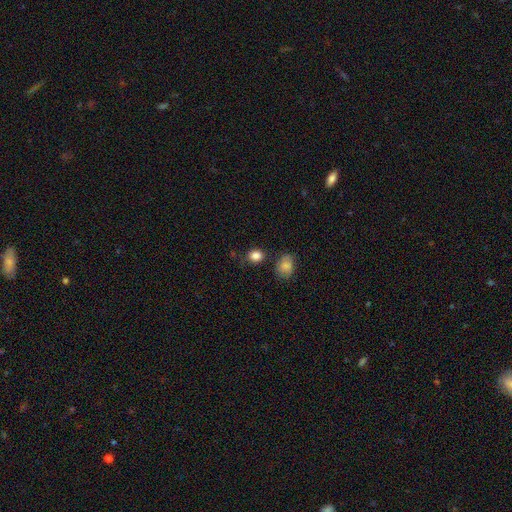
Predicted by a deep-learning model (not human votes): smooth-or-featured: smooth: 86% | star or artifact: 10% | featured or disk: 4%
  how-rounded: round: 60% | in between: 39% | cigar-shaped: 1%
  merging: none: 75% | minor disturbance: 15% | merger: 6% | major disturbance: 4%